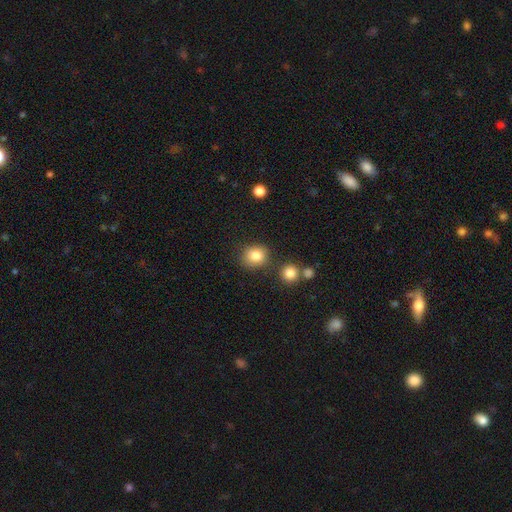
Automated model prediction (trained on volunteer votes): This appears to be a smooth galaxy with no disk features (83%) that is round (75%). Merging: none (77%).